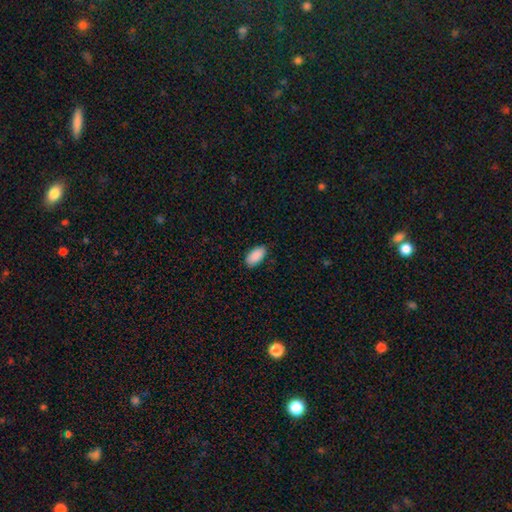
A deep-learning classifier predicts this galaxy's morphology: smooth-or-featured: smooth: 90% | star or artifact: 6% | featured or disk: 3%
  how-rounded: in between: 94% | cigar-shaped: 3% | round: 2%
  merging: none: 84% | minor disturbance: 13% | major disturbance: 2% | merger: 1%